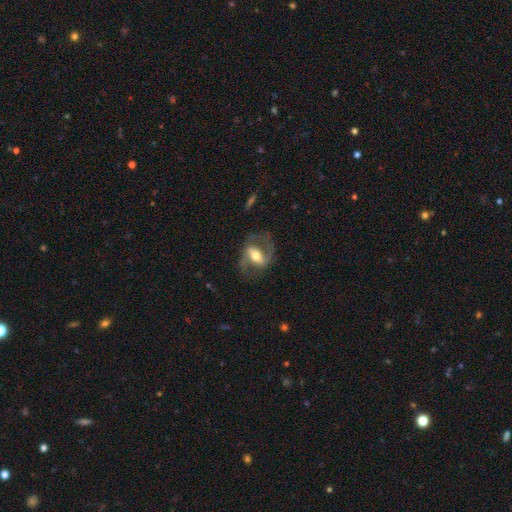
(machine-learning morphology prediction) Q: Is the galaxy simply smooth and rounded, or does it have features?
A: featured or disk — 83%.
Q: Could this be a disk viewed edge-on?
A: no — 95%.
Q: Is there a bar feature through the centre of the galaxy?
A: strong — 48%.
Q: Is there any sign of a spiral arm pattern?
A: yes — 92%.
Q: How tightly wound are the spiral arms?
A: medium — 49%.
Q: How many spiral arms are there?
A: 2 — 90%.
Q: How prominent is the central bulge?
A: moderate — 68%.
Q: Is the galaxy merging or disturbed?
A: none — 72%.